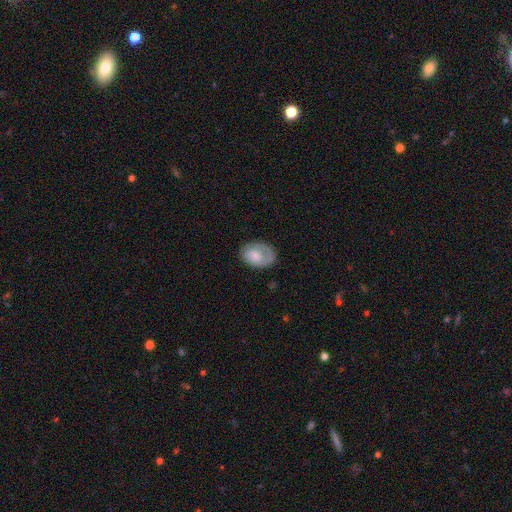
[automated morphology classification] type=smooth (63%); roundness=in between (79%); merging=none (58%).